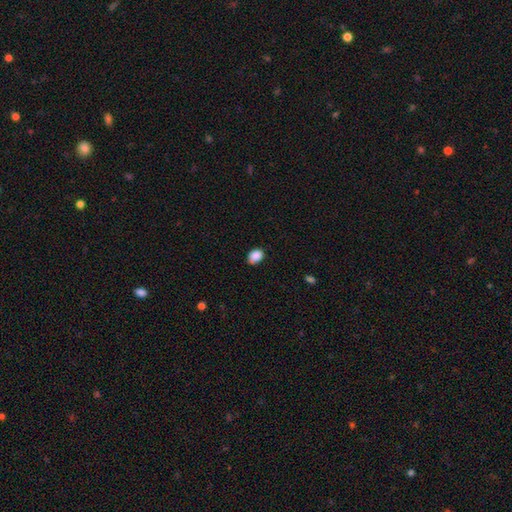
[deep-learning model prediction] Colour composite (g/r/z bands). It shows a smooth galaxy with no disk features (89%) that is in between round and cigar-shaped (75%). Merging: none (80%).